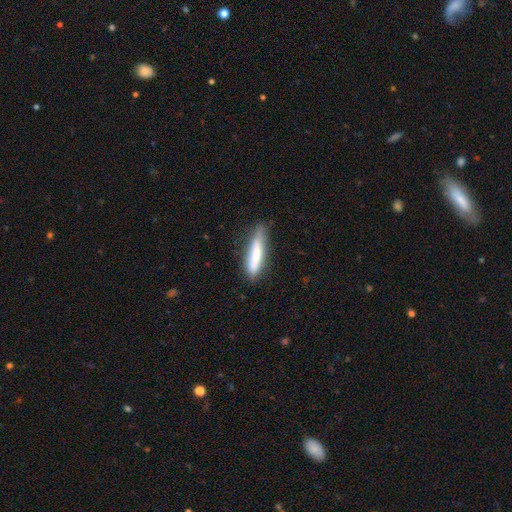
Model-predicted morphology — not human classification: A smooth galaxy with no disk features (68%) that is cigar-shaped (80%).

Vote fractions:
- Smooth or featured? smooth: 68% / featured or disk: 26% / star or artifact: 6%
- How rounded? cigar-shaped: 80% / in between: 19% / round: 1%
- Merging? none: 67% / minor disturbance: 24% / major disturbance: 6% / merger: 3%